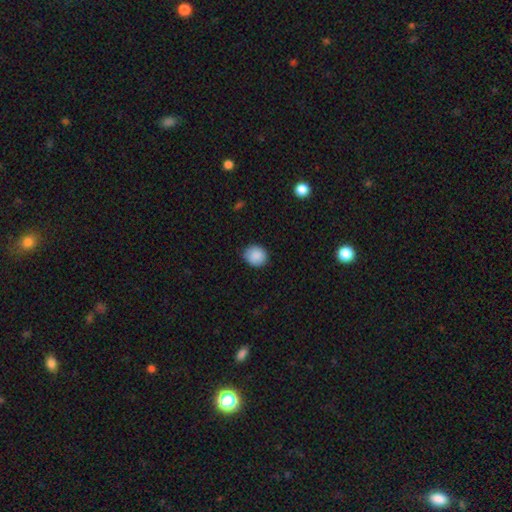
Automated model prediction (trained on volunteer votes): Smooth or featured? Predicted: smooth (p=0.89). How rounded? Predicted: round (p=0.77). Merging? Predicted: none (p=0.85).